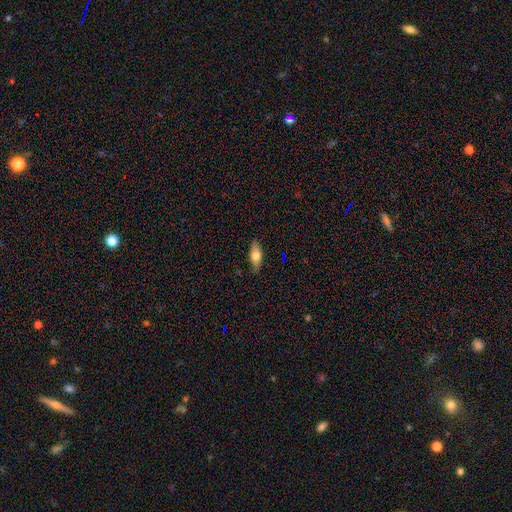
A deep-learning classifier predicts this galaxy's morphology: A smooth galaxy with no disk features (66%) that is in between round and cigar-shaped (74%).

Vote fractions:
- Smooth or featured? smooth: 66% / featured or disk: 27% / star or artifact: 7%
- How rounded? in between: 74% / cigar-shaped: 23% / round: 3%
- Merging? none: 84% / minor disturbance: 13% / major disturbance: 2% / merger: 1%